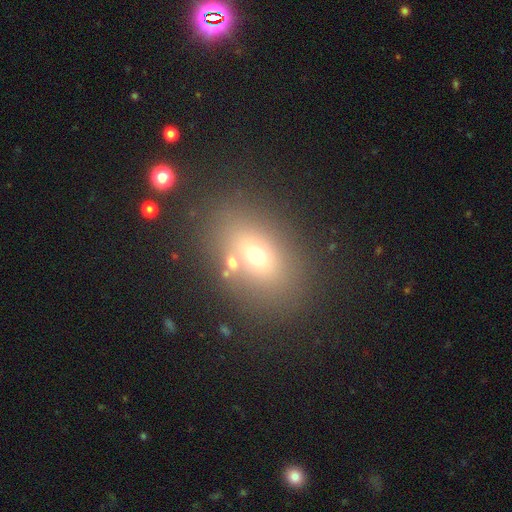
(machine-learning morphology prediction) Smooth or featured: smooth — 64% (star or artifact — 19%)
How rounded: in between — 66% (round — 32%)
Merging: none — 75% (minor disturbance — 11%)